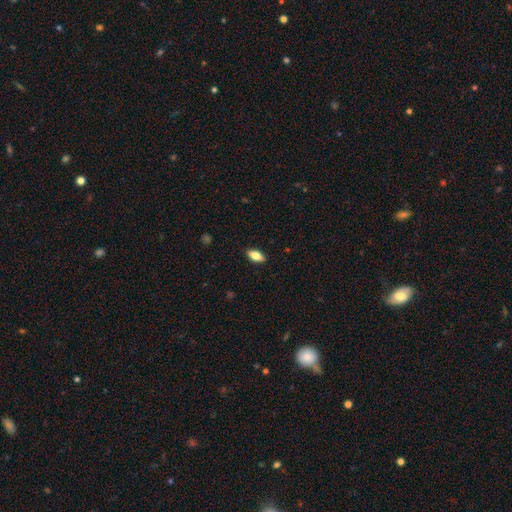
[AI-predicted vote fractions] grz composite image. It shows a smooth galaxy with no disk features (75%) that is in between round and cigar-shaped (86%). Merging: none (89%).